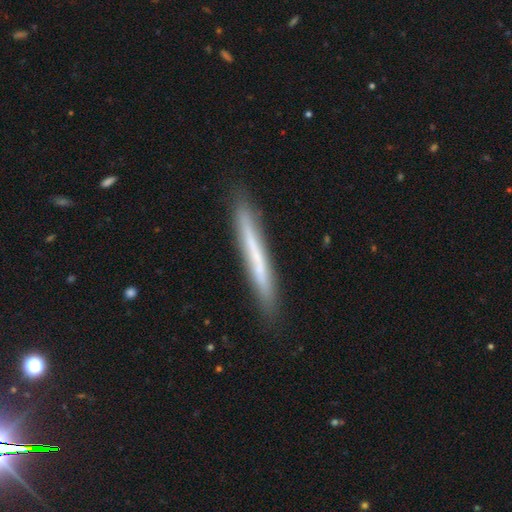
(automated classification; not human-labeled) This is possibly a smooth galaxy (48%). Merging: clearly none (87%).